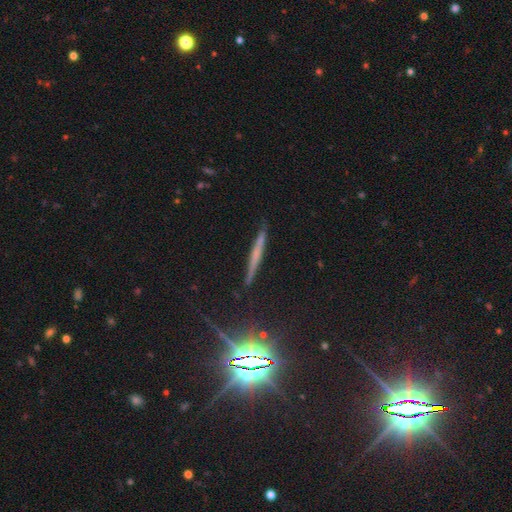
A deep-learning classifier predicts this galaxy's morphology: The model was most divided on "smooth or featured": featured or disk: 45%, smooth: 36%, star or artifact: 18%. More confident: merging — none (87%).